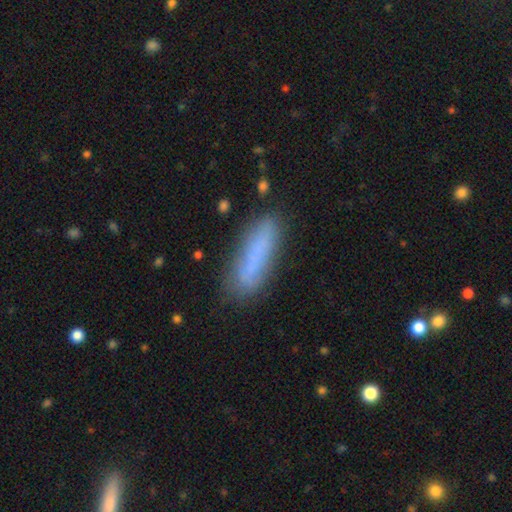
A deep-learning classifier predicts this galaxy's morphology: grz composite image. It shows a smooth galaxy with no disk features (76%) that is cigar-shaped (72%). Merging: none (81%).